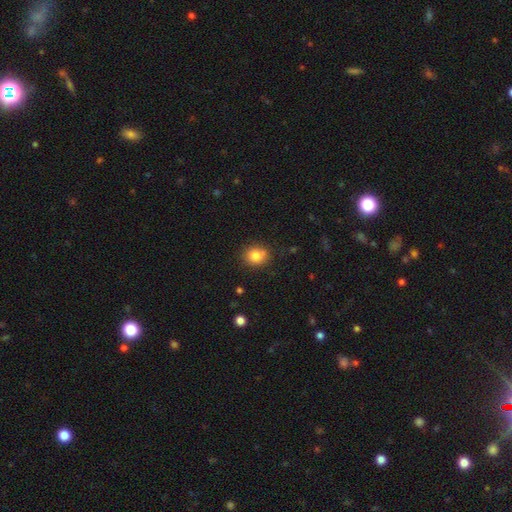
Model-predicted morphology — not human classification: Q: Smooth or featured?
A: smooth (82%); runner-up: star or artifact (10%)
Q: How rounded?
A: round (75%); runner-up: in between (24%)
Q: Merging?
A: none (80%); runner-up: minor disturbance (13%)